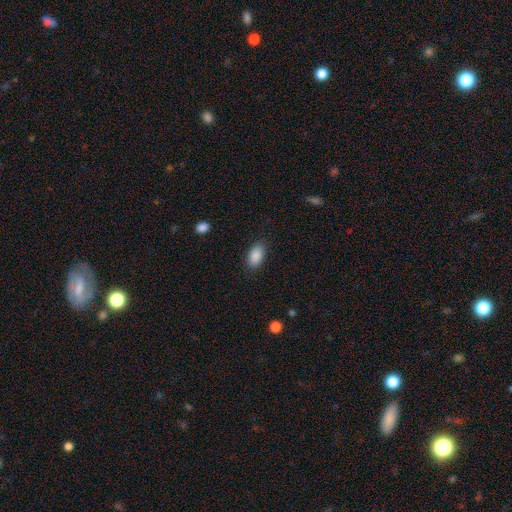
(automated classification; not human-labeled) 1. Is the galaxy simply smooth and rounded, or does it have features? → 89% smooth, 7% star or artifact, 4% featured or disk.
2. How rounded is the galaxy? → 93% in between, 5% round, 2% cigar-shaped.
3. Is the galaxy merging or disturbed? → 86% none, 10% minor disturbance, 3% major disturbance, 1% merger.